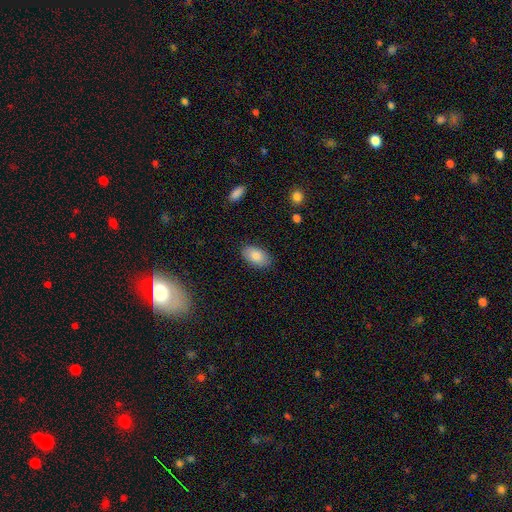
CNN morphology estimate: Smooth or featured: smooth — 85% (featured or disk — 9%)
How rounded: in between — 94% (round — 4%)
Merging: none — 86% (minor disturbance — 11%)